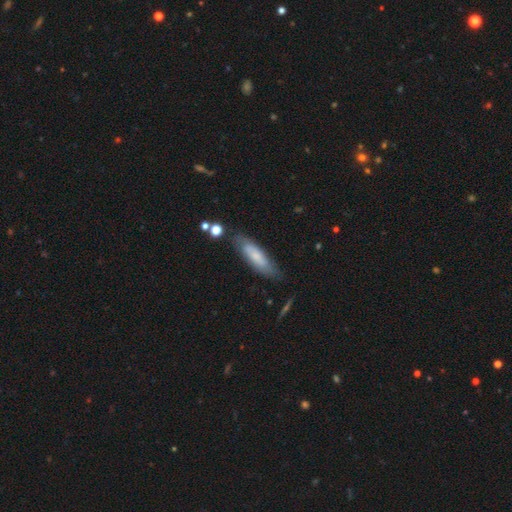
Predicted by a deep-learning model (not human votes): This is likely a smooth galaxy (61%). How rounded: likely cigar-shaped (62%). Merging: likely none (75%).